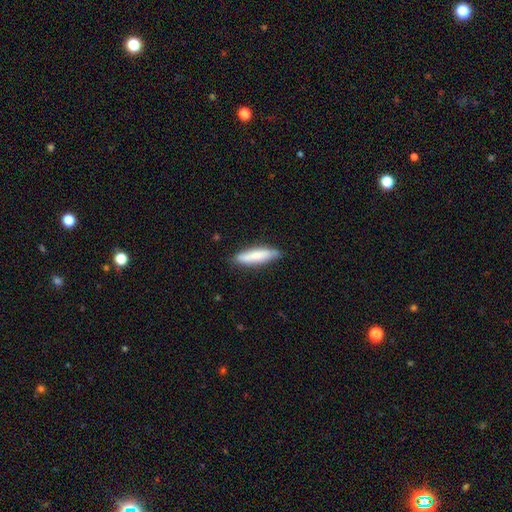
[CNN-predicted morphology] Smooth or featured?
  - smooth: 73% *
  - featured or disk: 22%
  - star or artifact: 5%
How rounded?
  - cigar-shaped: 72% *
  - in between: 27%
  - round: 1%
Merging?
  - none: 80% *
  - minor disturbance: 16%
  - major disturbance: 2%
  - merger: 1%